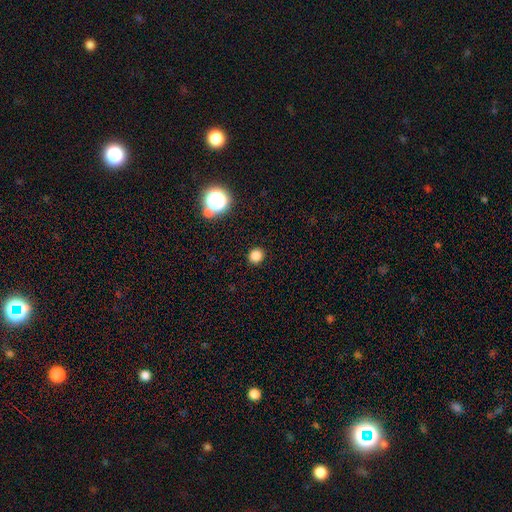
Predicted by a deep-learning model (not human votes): A smooth galaxy with no disk features (82%) that is round (88%). Merging: none (90%).